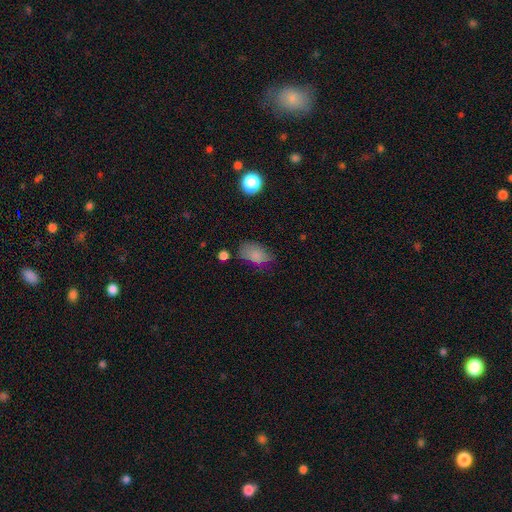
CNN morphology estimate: A smooth galaxy with no disk features (80%) that is in between round and cigar-shaped (89%).

Vote fractions:
- Smooth or featured? smooth: 80% / star or artifact: 11% / featured or disk: 9%
- How rounded? in between: 89% / round: 9% / cigar-shaped: 2%
- Merging? none: 57% / minor disturbance: 29% / major disturbance: 10% / merger: 3%